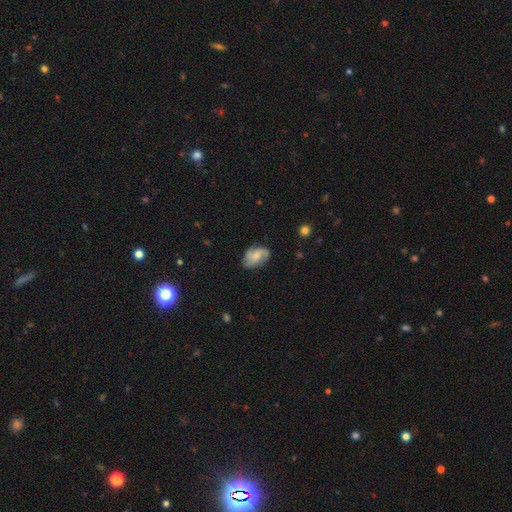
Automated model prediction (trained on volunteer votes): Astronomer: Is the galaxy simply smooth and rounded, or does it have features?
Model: featured or disk — 60%.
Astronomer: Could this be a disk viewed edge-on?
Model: no — 97%.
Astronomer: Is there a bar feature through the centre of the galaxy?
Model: no — 63%.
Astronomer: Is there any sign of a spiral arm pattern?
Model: yes — 91%.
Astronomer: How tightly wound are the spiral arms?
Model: medium — 44% (runner-up: loose, 34%).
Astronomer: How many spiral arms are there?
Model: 2 — 38% (runner-up: 3, 32%).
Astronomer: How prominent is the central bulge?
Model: small — 44% (runner-up: moderate, 39%).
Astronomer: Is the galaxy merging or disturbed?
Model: none — 70%.